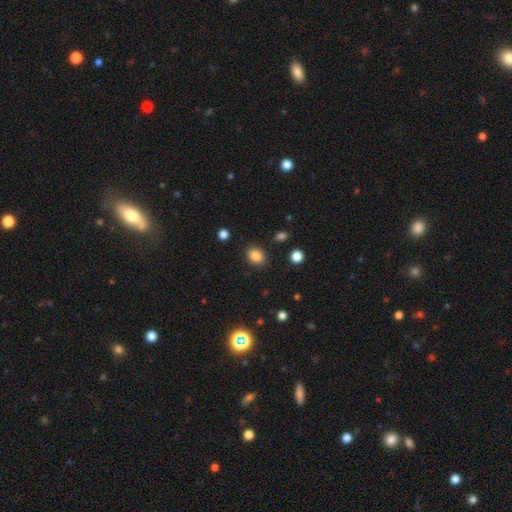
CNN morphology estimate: type=smooth (85%); roundness=in between (53%); merging=none (86%).